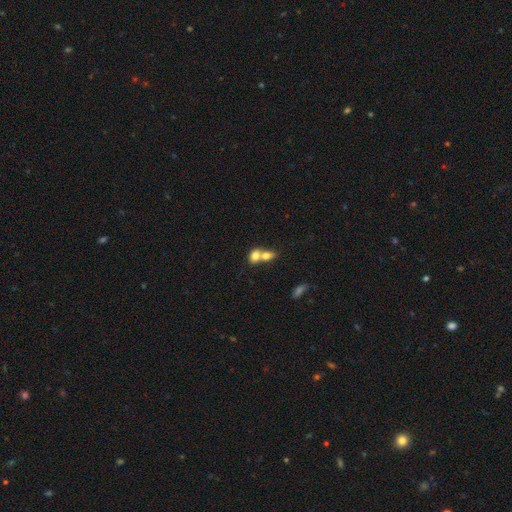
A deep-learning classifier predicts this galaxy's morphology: Smooth or featured: smooth — 75% (featured or disk — 16%)
How rounded: in between — 55% (round — 43%)
Merging: merger — 73% (none — 19%)